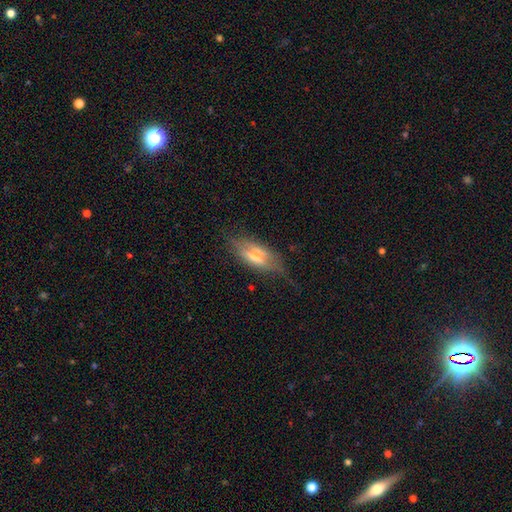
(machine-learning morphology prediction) Smooth or featured? Predicted: featured or disk (p=0.50). Merging? Predicted: none (p=0.63).